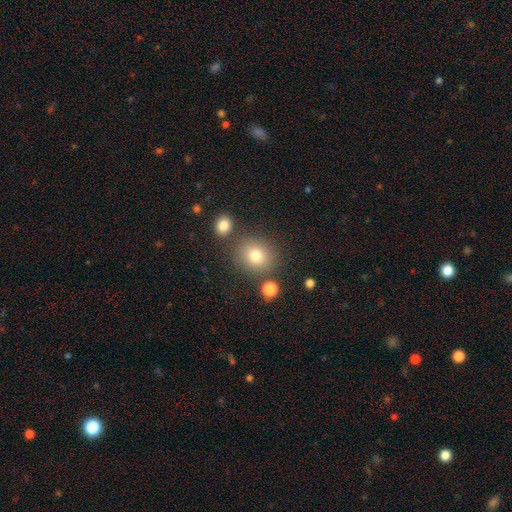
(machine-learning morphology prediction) Smooth or featured? Predicted: smooth (p=0.78). How rounded? Predicted: round (p=0.77). Merging? Predicted: none (p=0.79).